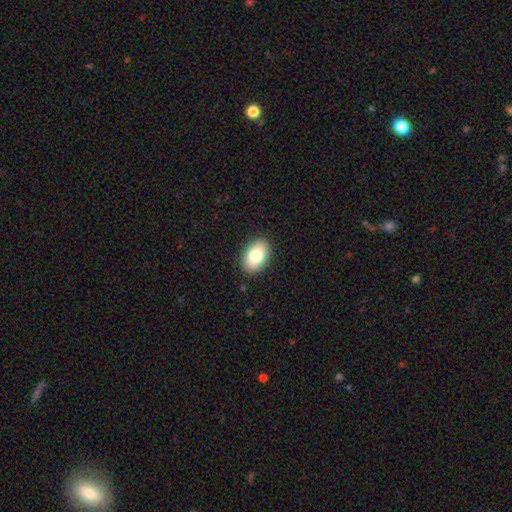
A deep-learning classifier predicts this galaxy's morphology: Overall: smooth (79%). How rounded: in between (89%). Merging: none (88%).